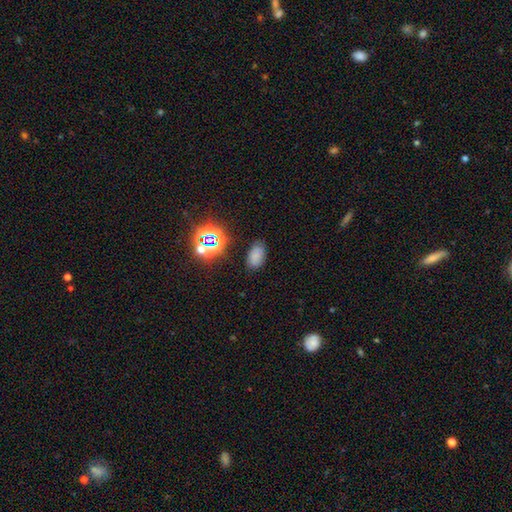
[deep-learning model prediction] Overall: smooth (68%). How rounded: in between (91%). Merging: none (78%).